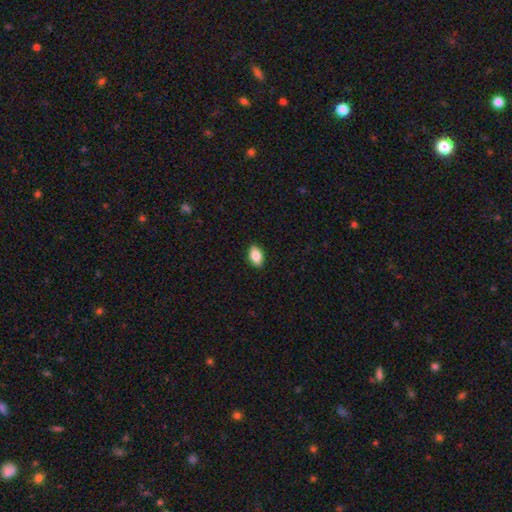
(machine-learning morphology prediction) The model was most divided on "smooth or featured": smooth: 84%, featured or disk: 9%, star or artifact: 7%. More confident: how rounded — in between (91%); merging — none (90%).